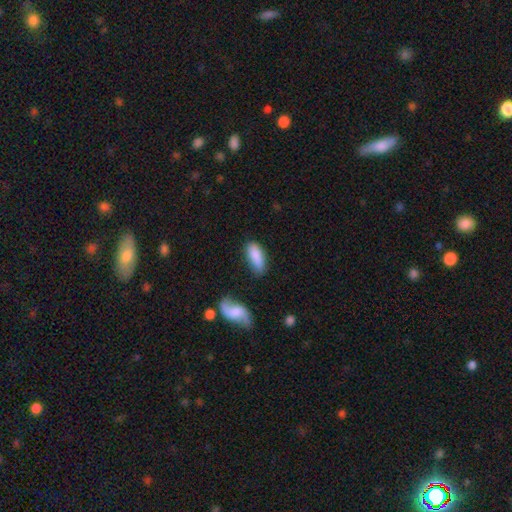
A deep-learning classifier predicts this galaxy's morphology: type=smooth (85%); roundness=in between (81%); merging=none (65%).